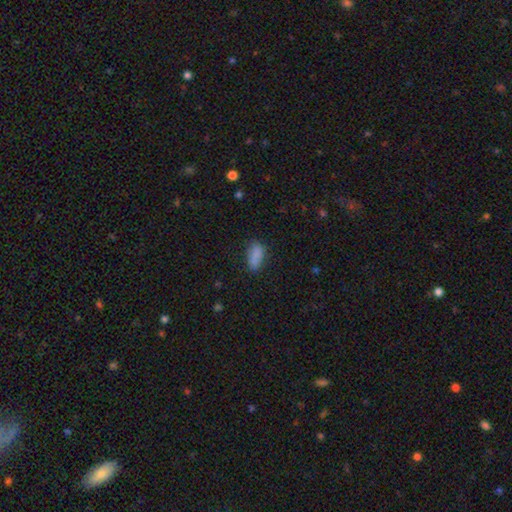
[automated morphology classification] Smooth or featured?
  - smooth: 86% *
  - star or artifact: 9%
  - featured or disk: 5%
How rounded?
  - in between: 85% *
  - cigar-shaped: 12%
  - round: 3%
Merging?
  - none: 76% *
  - minor disturbance: 18%
  - major disturbance: 5%
  - merger: 2%